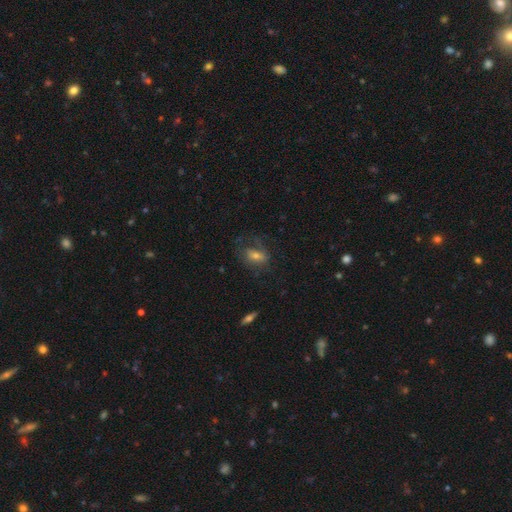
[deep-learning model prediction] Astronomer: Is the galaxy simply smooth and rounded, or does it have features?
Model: smooth — 47% (runner-up: featured or disk, 40%).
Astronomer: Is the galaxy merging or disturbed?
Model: none — 56%.